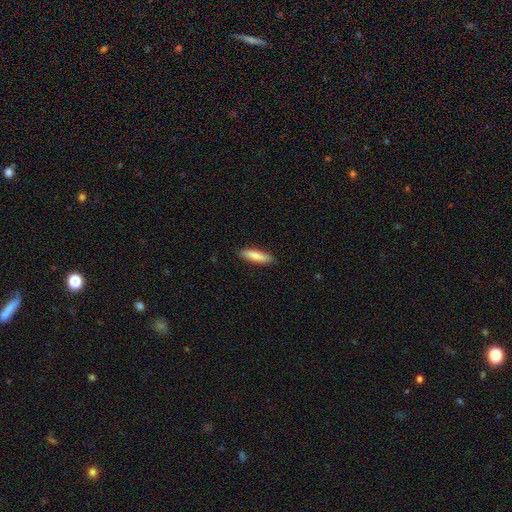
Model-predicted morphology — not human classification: A smooth galaxy with no disk features (83%) that is cigar-shaped (69%). Merging: none (89%).